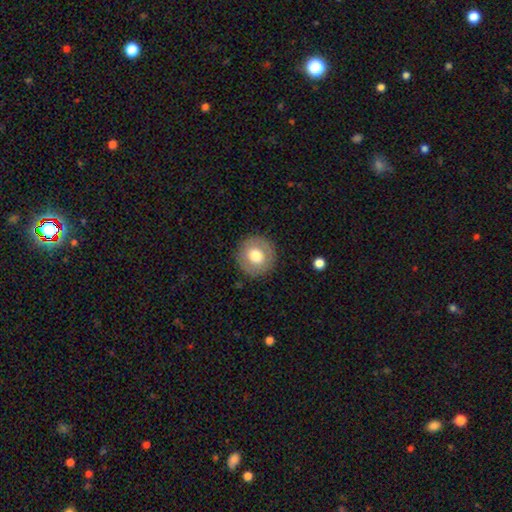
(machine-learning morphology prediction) The model was most divided on "smooth or featured": smooth: 70%, featured or disk: 22%, star or artifact: 8%. More confident: how rounded — round (95%); merging — none (90%).